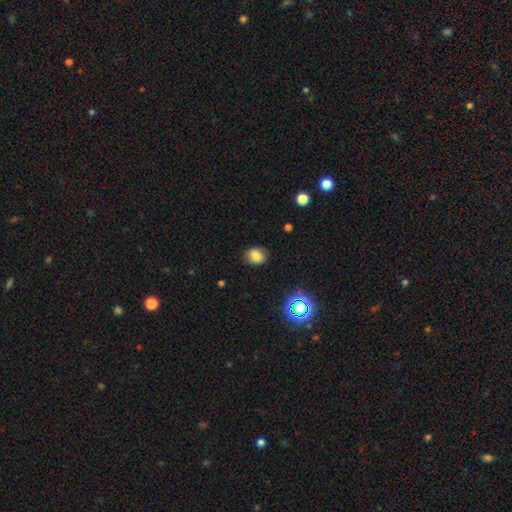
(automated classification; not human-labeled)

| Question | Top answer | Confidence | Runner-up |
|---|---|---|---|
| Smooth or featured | smooth | 80% | star or artifact (13%) |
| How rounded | round | 61% | in between (38%) |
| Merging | none | 82% | minor disturbance (13%) |